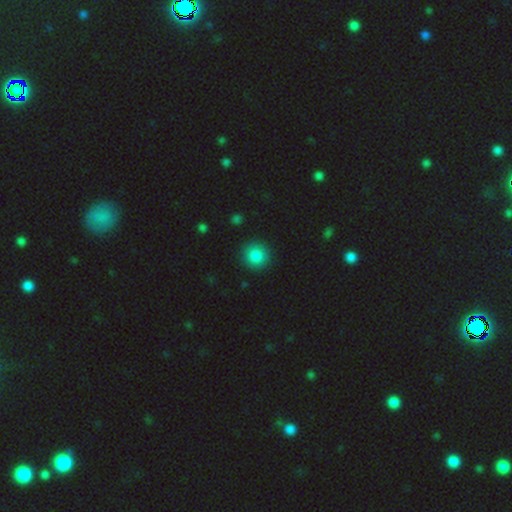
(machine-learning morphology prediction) smooth_or_featured: smooth (p=0.85) [alt: star or artifact p=0.10]
how_rounded: round (p=0.94) [alt: in between p=0.05]
merging: none (p=0.92) [alt: minor disturbance p=0.05]